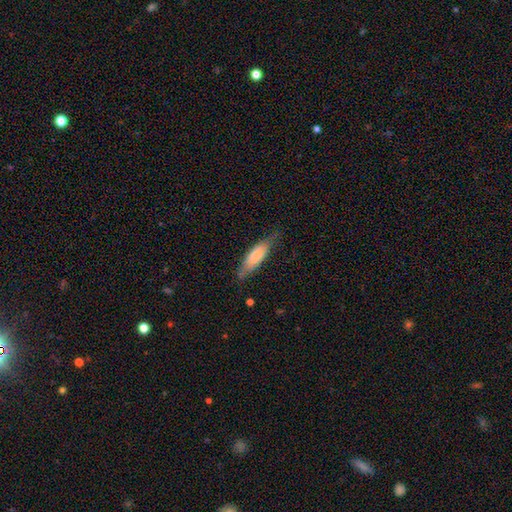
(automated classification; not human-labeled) The model was most divided on "how rounded": cigar-shaped: 53%, in between: 46%, round: 2%. More confident: smooth or featured — smooth (71%); merging — none (65%).